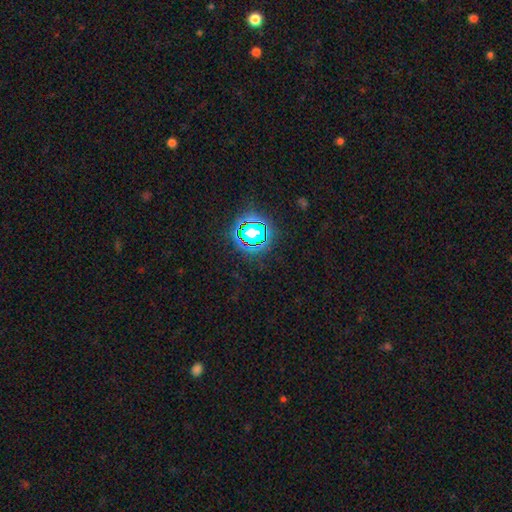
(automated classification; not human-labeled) smooth_or_featured: star or artifact (p=0.81) [alt: smooth p=0.12]